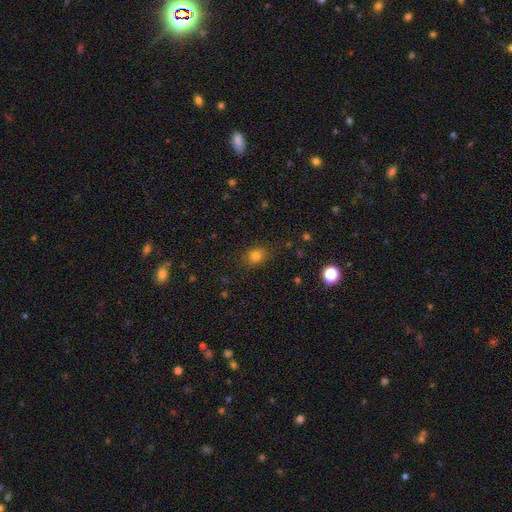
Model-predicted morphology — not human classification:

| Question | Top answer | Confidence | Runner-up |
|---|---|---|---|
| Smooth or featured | smooth | 79% | star or artifact (14%) |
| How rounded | round | 54% | in between (45%) |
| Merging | none | 83% | minor disturbance (12%) |